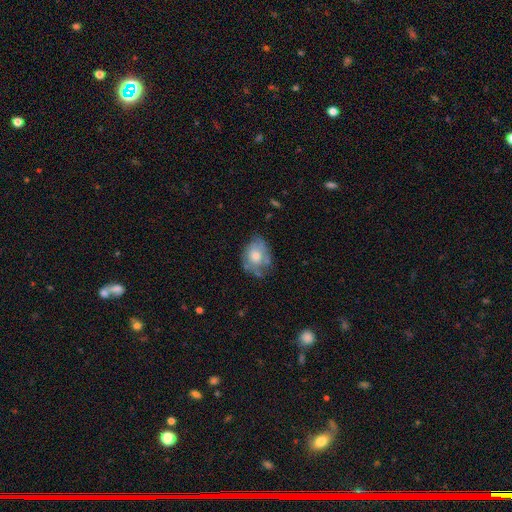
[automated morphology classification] This is possibly a featured or disk galaxy (46%, tied with smooth). Merging: possibly none (56%).